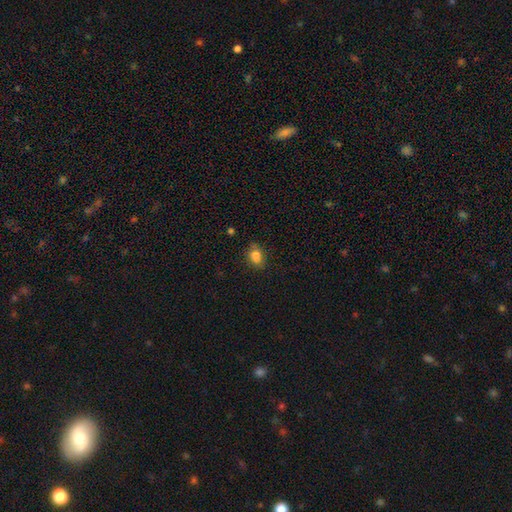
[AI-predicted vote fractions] smooth-or-featured: smooth: 79% | star or artifact: 12% | featured or disk: 9%
  how-rounded: in between: 72% | round: 26% | cigar-shaped: 2%
  merging: none: 67% | minor disturbance: 23% | major disturbance: 5% | merger: 5%